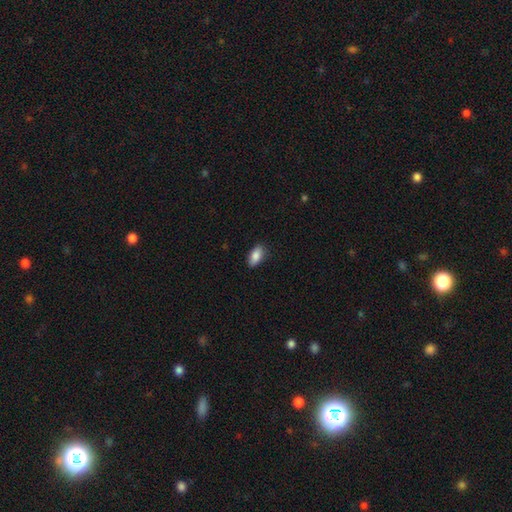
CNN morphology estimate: A smooth galaxy with no disk features (87%) that is in between round and cigar-shaped (90%). Merging: none (85%).